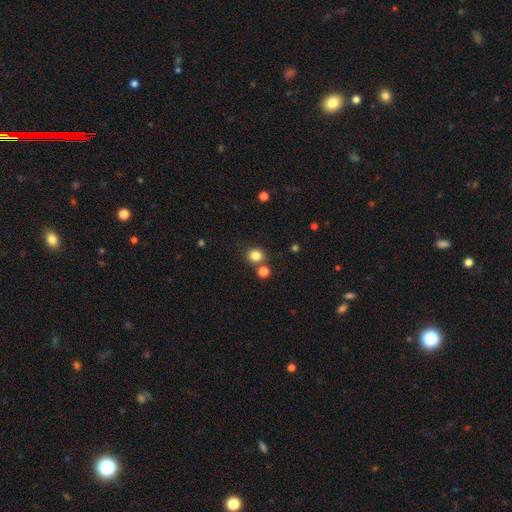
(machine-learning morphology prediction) smooth 82%, star or artifact 13%, featured or disk 5%. Down the decision tree: how rounded — round (81%); merging — none (76%).